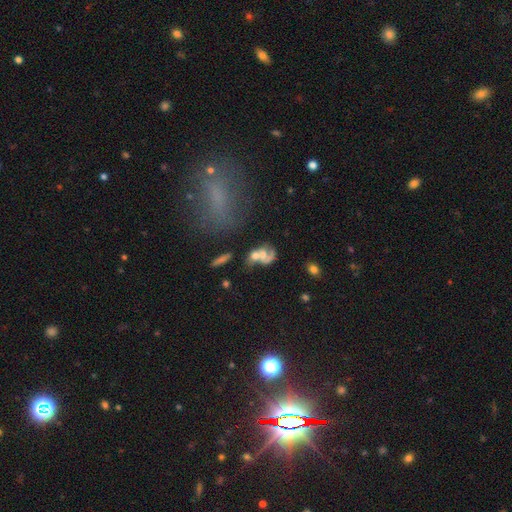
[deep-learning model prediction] Smooth or featured? featured or disk (37%)
Merging? none (41%)